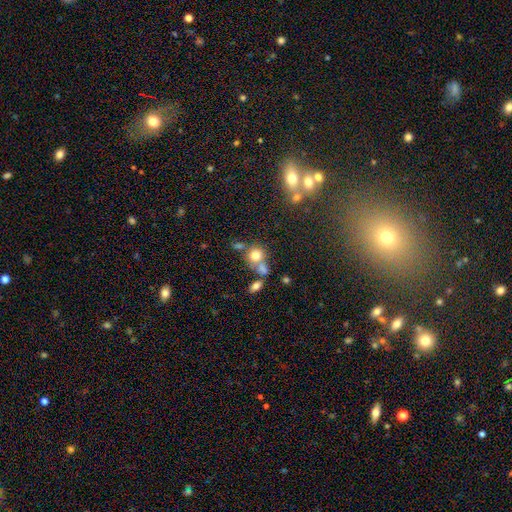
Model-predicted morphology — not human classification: type=smooth (74%); roundness=round (76%); merging=none (44%).